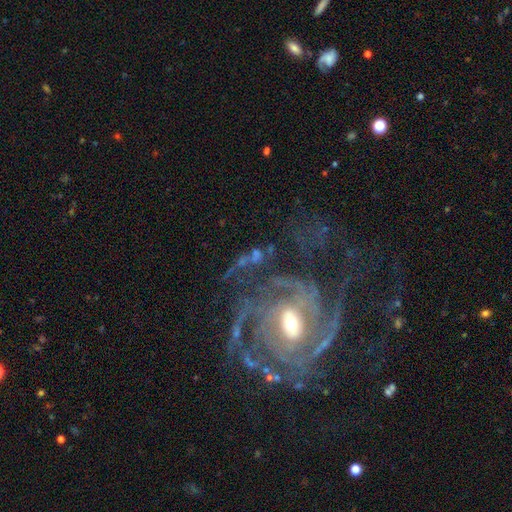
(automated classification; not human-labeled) This is likely a featured or disk galaxy (77%). It is clearly not viewed edge-on (95%). Bar: marginally no (40%). Spiral arm pattern: clearly yes (88%). Spiral arm count: marginally can't tell (28%). Spiral winding: marginally tight (41%). Central bulge: possibly moderate (50%). Merging: possibly none (51%).